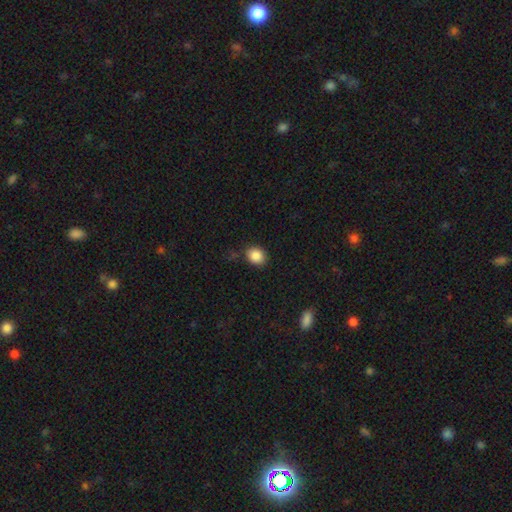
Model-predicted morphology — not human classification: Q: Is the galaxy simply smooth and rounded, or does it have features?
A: smooth — 87%.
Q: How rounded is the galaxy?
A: round — 63%.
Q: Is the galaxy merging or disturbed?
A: none — 83%.